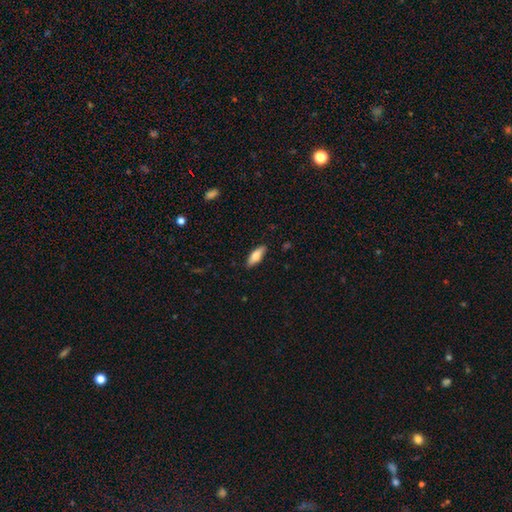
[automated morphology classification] Smooth or featured? Predicted: smooth (p=0.76). How rounded? Predicted: in between (p=0.62). Merging? Predicted: none (p=0.86).